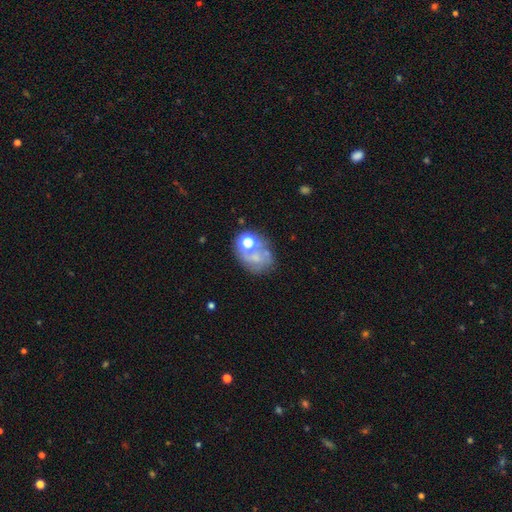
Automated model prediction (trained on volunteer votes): A featured or disk galaxy (42%).

Vote fractions:
- Smooth or featured? featured or disk: 42% / smooth: 38% / star or artifact: 20%
- Merging? none: 44% / merger: 20% / minor disturbance: 18% / major disturbance: 18%